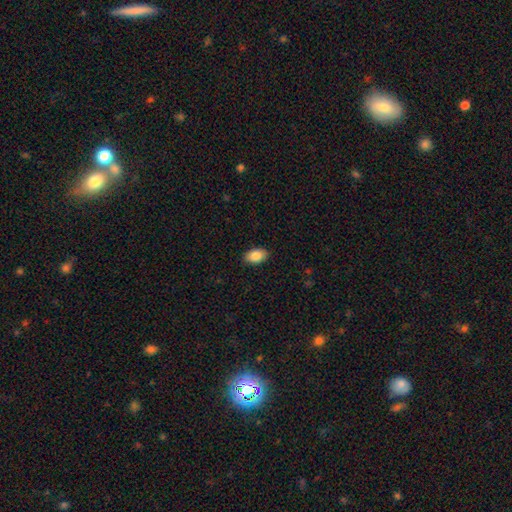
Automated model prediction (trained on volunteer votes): This is clearly a smooth galaxy (86%). How rounded: clearly in between (91%). Merging: clearly none (89%).